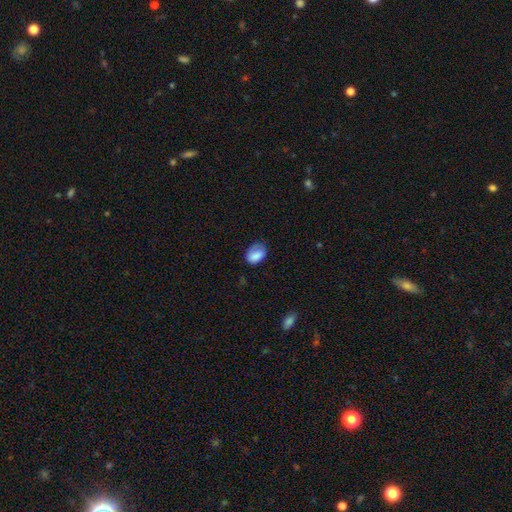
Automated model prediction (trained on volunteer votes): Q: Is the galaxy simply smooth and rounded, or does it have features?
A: smooth — 82%.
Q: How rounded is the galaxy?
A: in between — 82%.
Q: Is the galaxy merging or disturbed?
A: none — 51%.